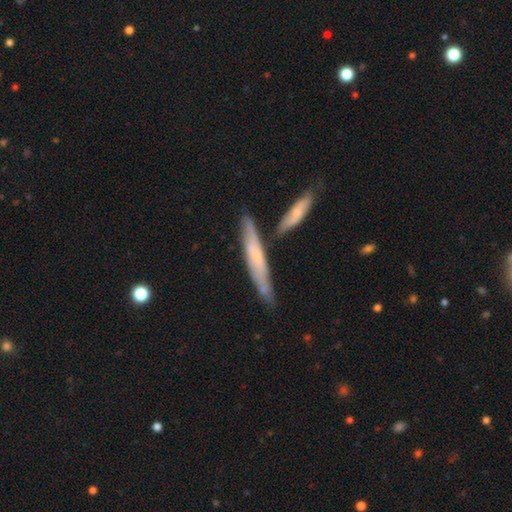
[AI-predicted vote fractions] smooth_or_featured: featured or disk (p=0.51) [alt: smooth p=0.43]
disk_edge_on: yes (p=0.80) [alt: no p=0.20]
merging: none (p=0.72) [alt: minor disturbance p=0.13]